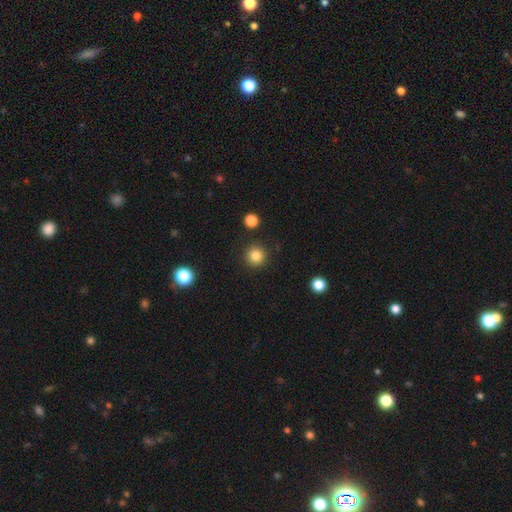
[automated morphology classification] A smooth galaxy with no disk features (85%) that is round (95%). Merging: none (91%).